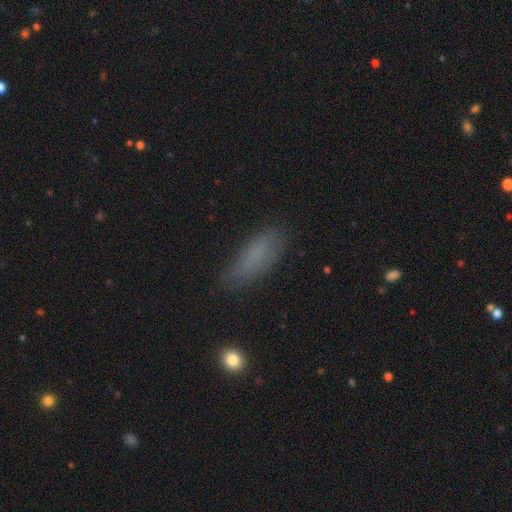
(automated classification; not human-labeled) Morphology: type=smooth (78%); roundness=in between (58%); merging=none (77%).